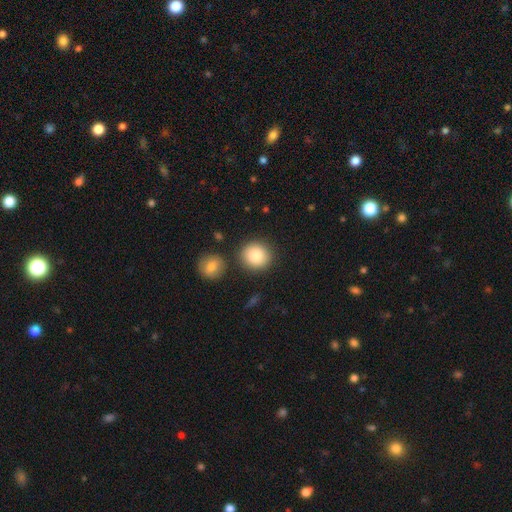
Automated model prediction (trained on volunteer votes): Morphology: type=smooth (85%); roundness=round (89%); merging=none (82%).